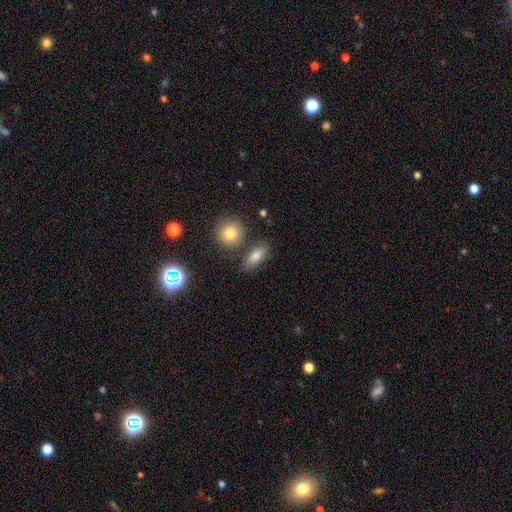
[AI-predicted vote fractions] A smooth galaxy with no disk features (81%) that is in between round and cigar-shaped (80%). Merging: none (73%).